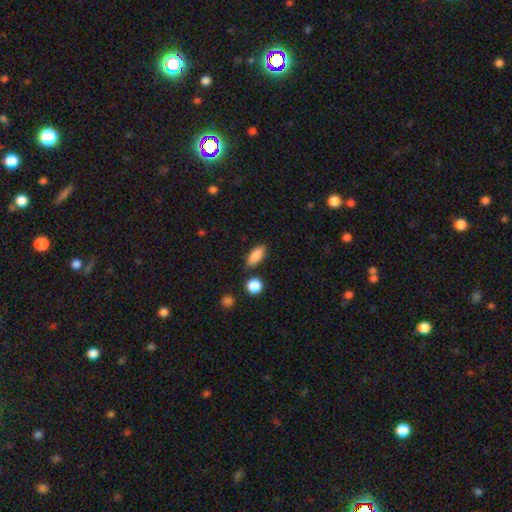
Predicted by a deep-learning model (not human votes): This appears to be a smooth galaxy with no disk features (86%) that is in between round and cigar-shaped (79%). Merging: none (83%).